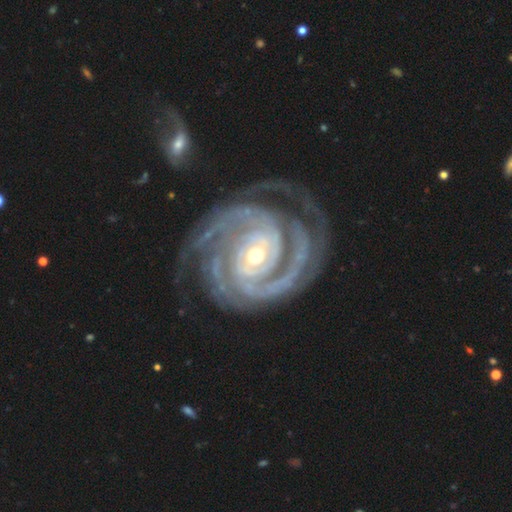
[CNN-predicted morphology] Smooth or featured: featured or disk — 94% (star or artifact — 4%)
Edge-on disk: no — 98% (yes — 2%)
Bar: no — 60% (weak — 26%)
Spiral arms: yes — 98% (no — 2%)
Spiral winding: tight — 70% (medium — 24%)
Spiral arm count: 2 — 34% (3 — 23%)
Bulge size: moderate — 60% (small — 33%)
Merging: none — 67% (minor disturbance — 16%)